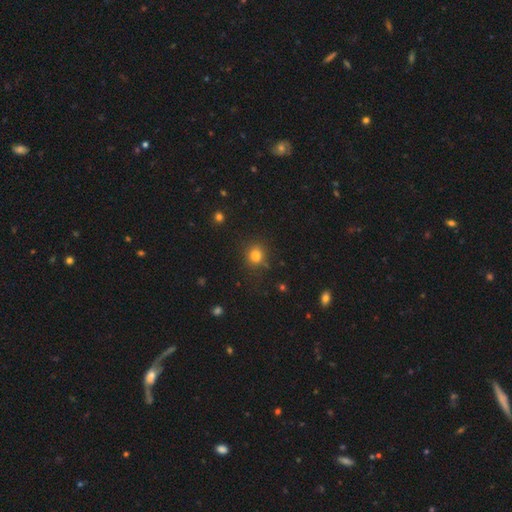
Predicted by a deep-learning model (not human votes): smooth 81%, star or artifact 13%, featured or disk 5%. Down the decision tree: how rounded — round (80%); merging — none (79%).